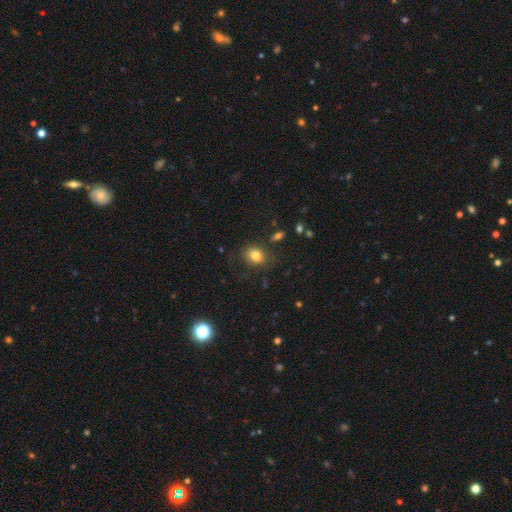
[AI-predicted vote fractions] smooth_or_featured: smooth (p=0.81) [alt: star or artifact p=0.11]
how_rounded: round (p=0.52) [alt: in between p=0.47]
merging: none (p=0.76) [alt: minor disturbance p=0.16]